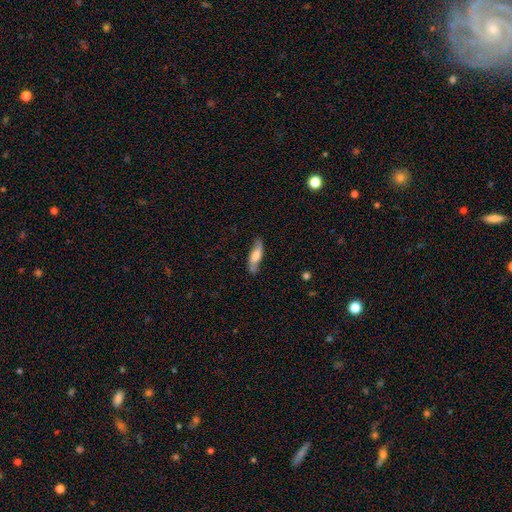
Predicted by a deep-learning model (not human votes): The model was most divided on "smooth or featured": featured or disk: 48%, smooth: 46%, star or artifact: 6%. More confident: merging — none (79%).